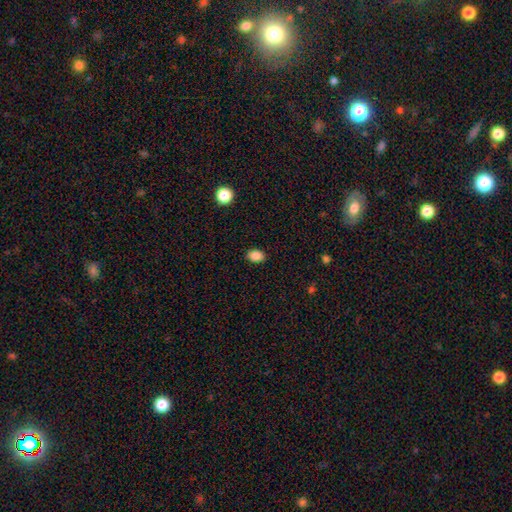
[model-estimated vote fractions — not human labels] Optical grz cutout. It shows a smooth galaxy with no disk features (87%) that is in between round and cigar-shaped (75%). Merging: none (89%).